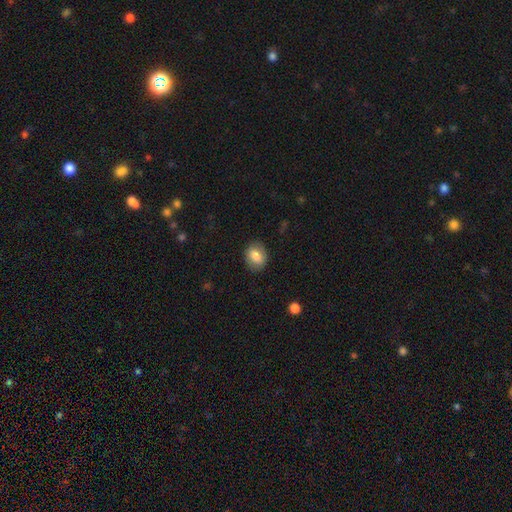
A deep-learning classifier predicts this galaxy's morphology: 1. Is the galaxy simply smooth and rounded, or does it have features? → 81% smooth, 11% featured or disk, 8% star or artifact.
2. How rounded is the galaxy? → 65% in between, 34% round, 1% cigar-shaped.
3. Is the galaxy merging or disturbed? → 84% none, 12% minor disturbance, 3% major disturbance, 1% merger.